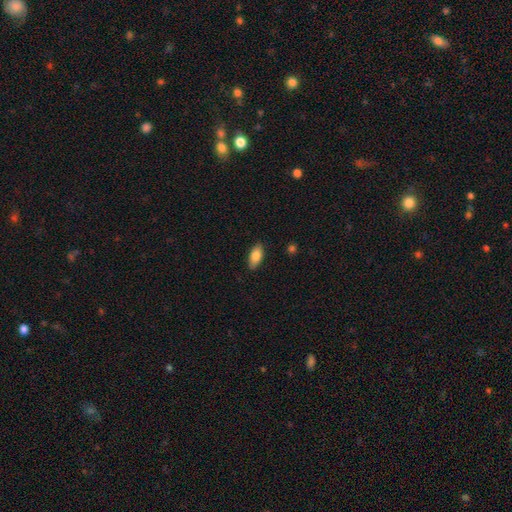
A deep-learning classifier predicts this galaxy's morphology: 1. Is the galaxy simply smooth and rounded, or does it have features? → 82% smooth, 12% featured or disk, 6% star or artifact.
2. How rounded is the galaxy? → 88% in between, 9% cigar-shaped, 3% round.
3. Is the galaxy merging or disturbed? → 88% none, 9% minor disturbance, 2% major disturbance, 1% merger.